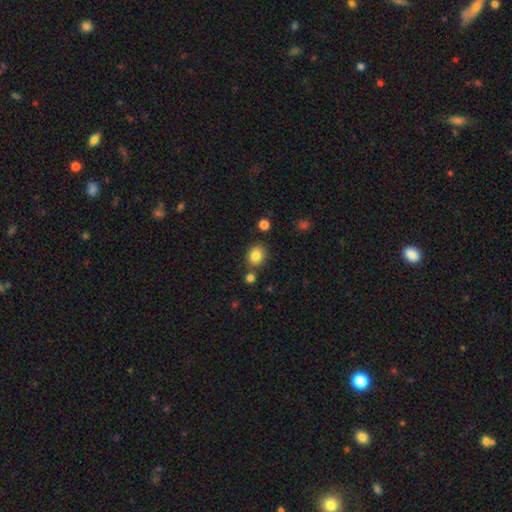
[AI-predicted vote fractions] Smooth or featured? Predicted: smooth (p=0.84). How rounded? Predicted: round (p=0.64). Merging? Predicted: none (p=0.77).